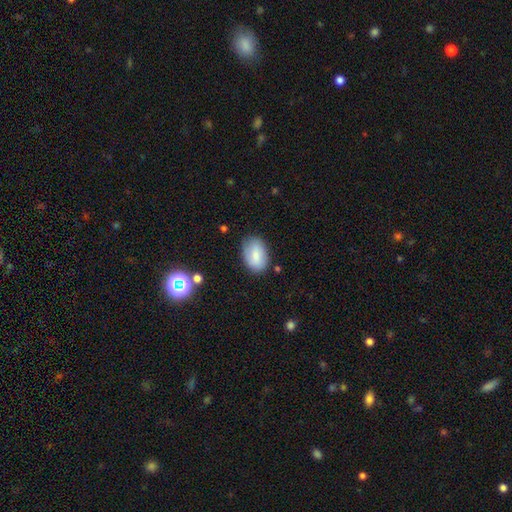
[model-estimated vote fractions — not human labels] A smooth galaxy with no disk features (81%) that is in between round and cigar-shaped (87%).

Vote fractions:
- Smooth or featured? smooth: 81% / featured or disk: 11% / star or artifact: 8%
- How rounded? in between: 87% / round: 11% / cigar-shaped: 1%
- Merging? none: 80% / minor disturbance: 15% / major disturbance: 3% / merger: 2%